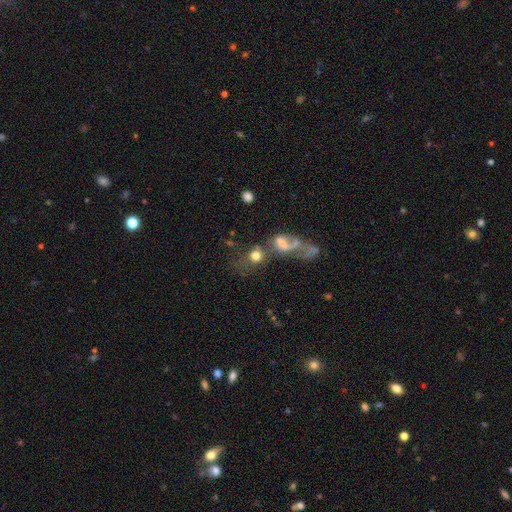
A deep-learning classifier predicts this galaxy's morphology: smooth 66%, featured or disk 19%, star or artifact 15%. Down the decision tree: how rounded — round (69%); merging — merger (43%).